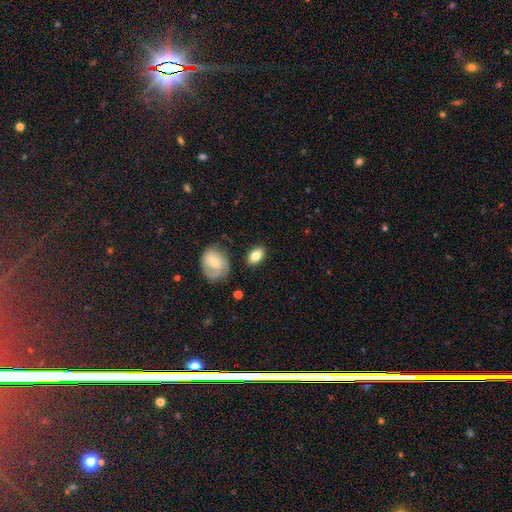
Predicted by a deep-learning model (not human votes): This is likely a smooth galaxy (79%). How rounded: clearly in between (87%). Merging: clearly none (82%).